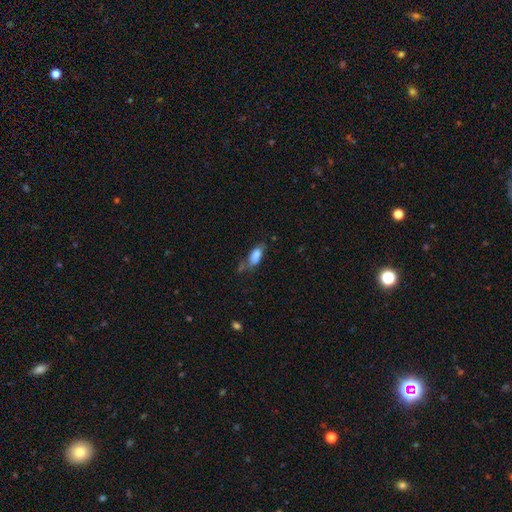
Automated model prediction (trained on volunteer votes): Smooth or featured?
  - smooth: 72% *
  - featured or disk: 18%
  - star or artifact: 10%
How rounded?
  - in between: 80% *
  - cigar-shaped: 16%
  - round: 4%
Merging?
  - none: 34% *
  - minor disturbance: 27%
  - merger: 20%
  - major disturbance: 18%